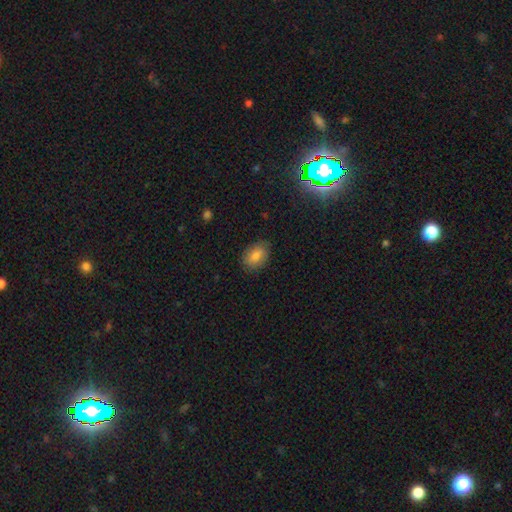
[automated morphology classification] Smooth or featured? Predicted: smooth (p=0.82). How rounded? Predicted: in between (p=0.83). Merging? Predicted: none (p=0.82).